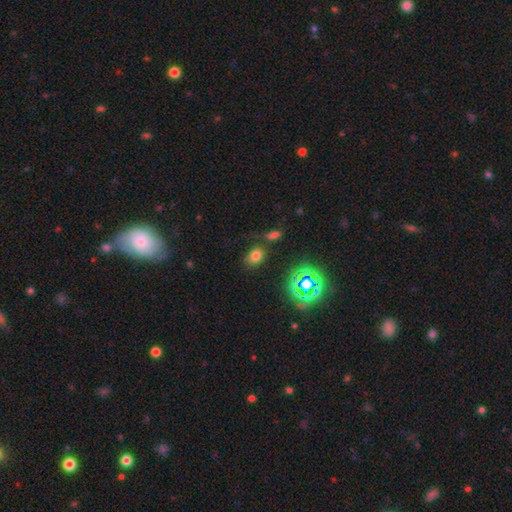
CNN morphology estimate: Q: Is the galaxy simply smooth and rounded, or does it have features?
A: smooth — 69%.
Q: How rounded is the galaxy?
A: in between — 66%.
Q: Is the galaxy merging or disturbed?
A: none — 70%.